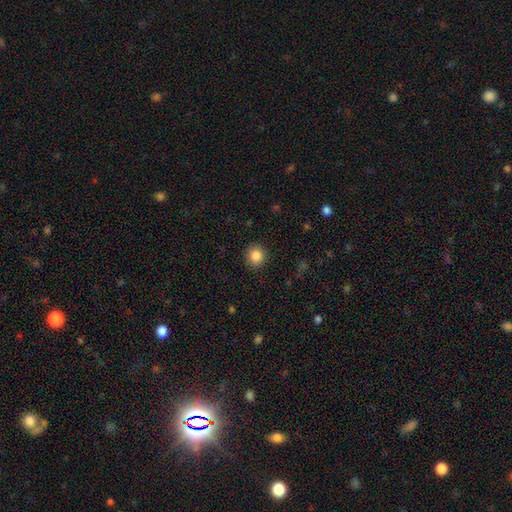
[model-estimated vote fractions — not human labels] smooth 86%, star or artifact 10%, featured or disk 5%. Down the decision tree: how rounded — round (91%); merging — none (90%).